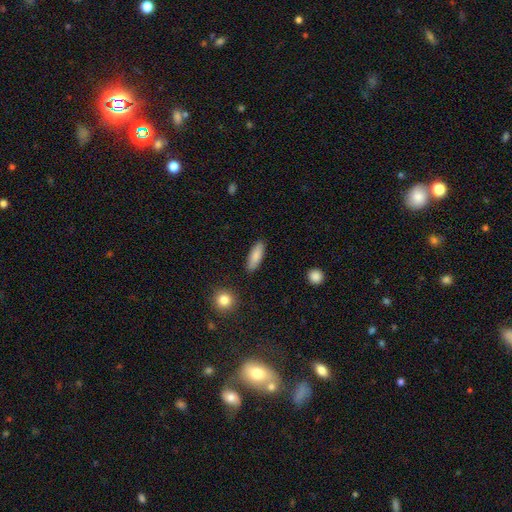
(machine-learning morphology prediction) type=smooth (85%); roundness=in between (57%); merging=none (88%).